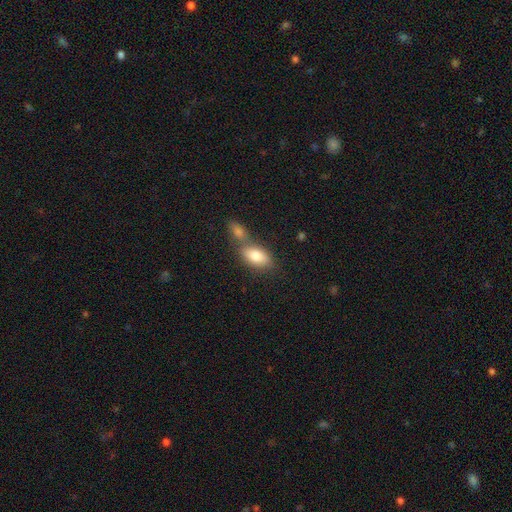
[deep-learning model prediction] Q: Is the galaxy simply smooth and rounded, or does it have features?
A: smooth — 81%.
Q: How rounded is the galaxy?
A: in between — 89%.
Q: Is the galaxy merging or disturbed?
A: merger — 43%, tied with none.